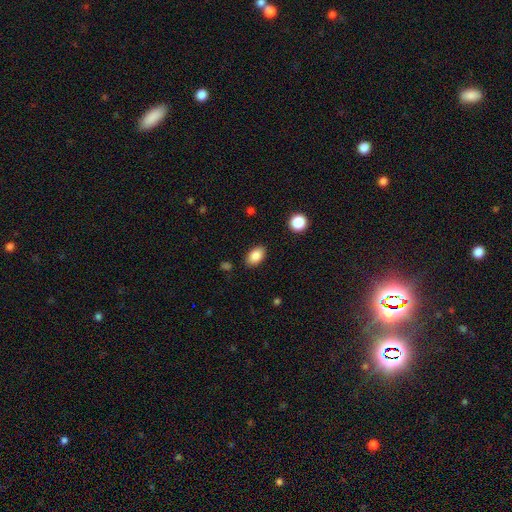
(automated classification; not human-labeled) Overall: smooth (87%). How rounded: in between (88%). Merging: none (86%).